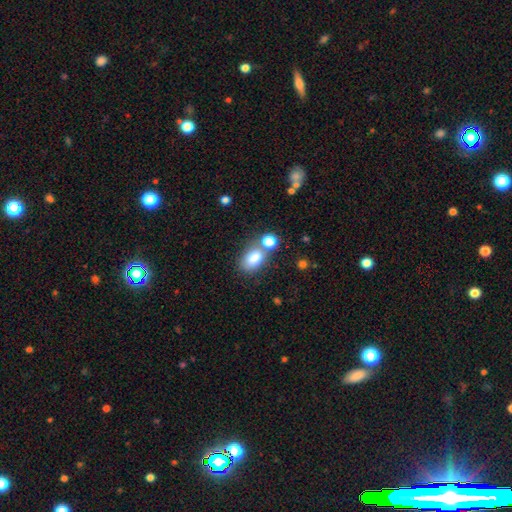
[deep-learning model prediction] A smooth galaxy with no disk features (81%) that is in between round and cigar-shaped (81%).

Vote fractions:
- Smooth or featured? smooth: 81% / star or artifact: 10% / featured or disk: 9%
- How rounded? in between: 81% / round: 18% / cigar-shaped: 2%
- Merging? none: 56% / merger: 25% / minor disturbance: 14% / major disturbance: 5%